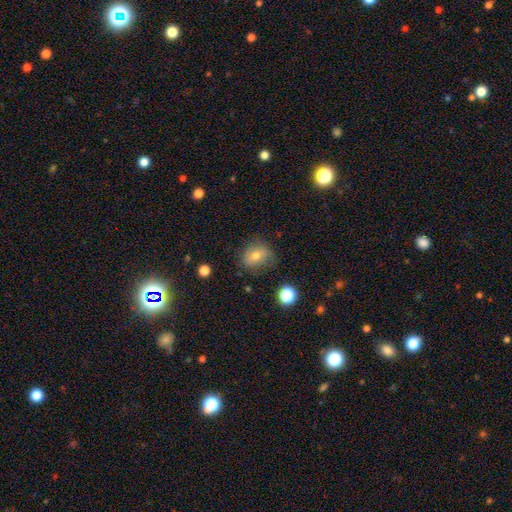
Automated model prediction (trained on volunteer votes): smooth-or-featured: smooth: 61% | featured or disk: 26% | star or artifact: 13%
  how-rounded: in between: 53% | round: 46% | cigar-shaped: 2%
  merging: none: 69% | minor disturbance: 22% | major disturbance: 8% | merger: 2%